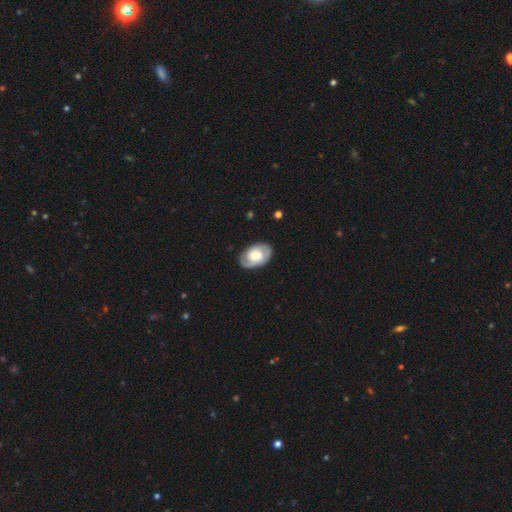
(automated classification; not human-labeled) featured or disk 65%, smooth 29%, star or artifact 6%. Down the decision tree: edge-on disk — no (96%); bar — no (70%); spiral arms — yes (82%); spiral arm count — 2 (74%); spiral winding — tight (55%); bulge size — moderate (39%); merging — none (81%).